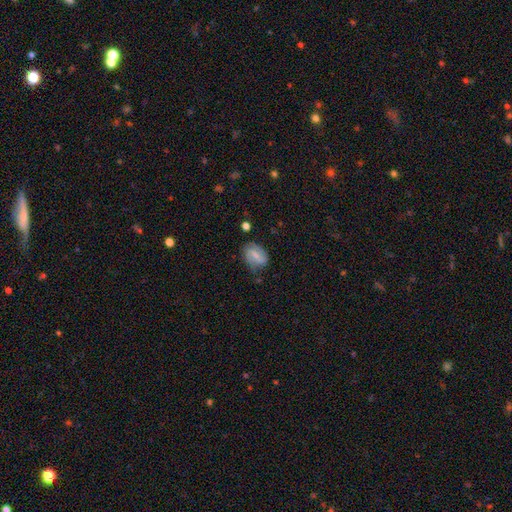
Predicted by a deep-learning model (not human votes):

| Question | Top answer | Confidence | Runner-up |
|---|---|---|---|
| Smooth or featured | featured or disk | 51% | smooth (41%) |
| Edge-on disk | no | 96% | yes (4%) |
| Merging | none | 64% | minor disturbance (26%) |